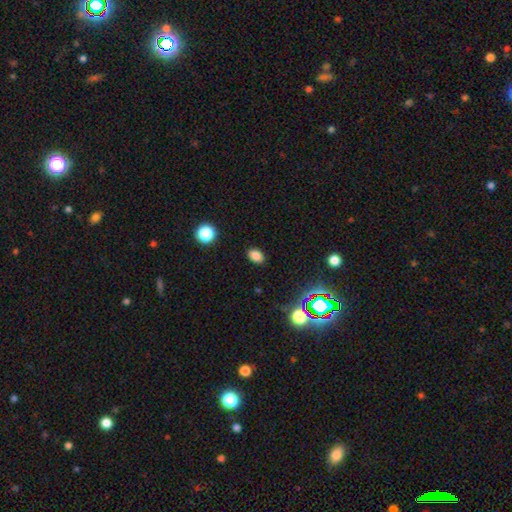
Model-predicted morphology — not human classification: smooth_or_featured: smooth (p=0.82) [alt: star or artifact p=0.14]
how_rounded: in between (p=0.80) [alt: round p=0.19]
merging: none (p=0.88) [alt: minor disturbance p=0.09]